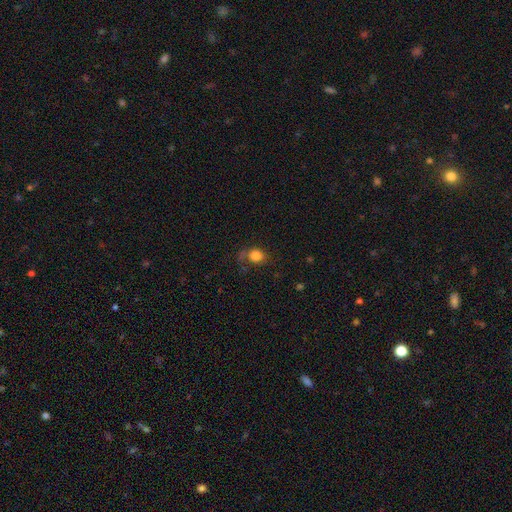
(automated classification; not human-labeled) Overall: smooth (81%). How rounded: round (63%; in between 36%). Merging: none (53%; minor disturbance 23%).